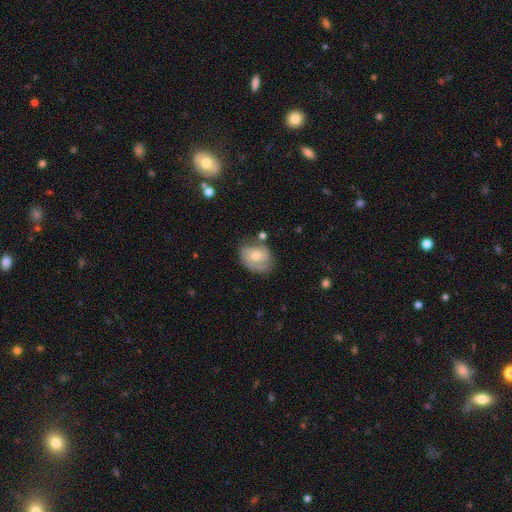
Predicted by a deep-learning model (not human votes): Q: Smooth or featured?
A: featured or disk (46%); tied with: smooth (46%)
Q: Merging?
A: none (61%); runner-up: minor disturbance (26%)